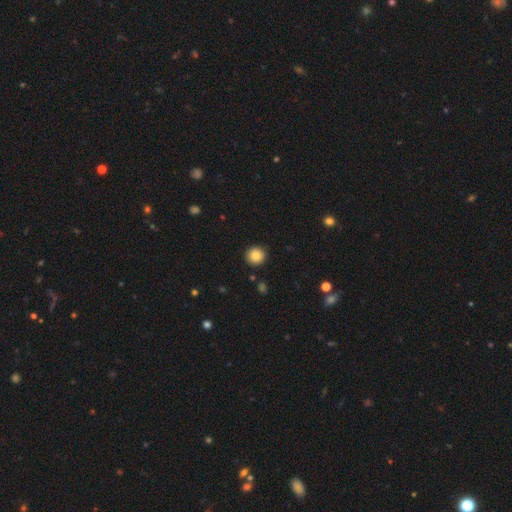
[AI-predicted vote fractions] Smooth or featured? smooth (86%)
How rounded? round (93%)
Merging? none (92%)